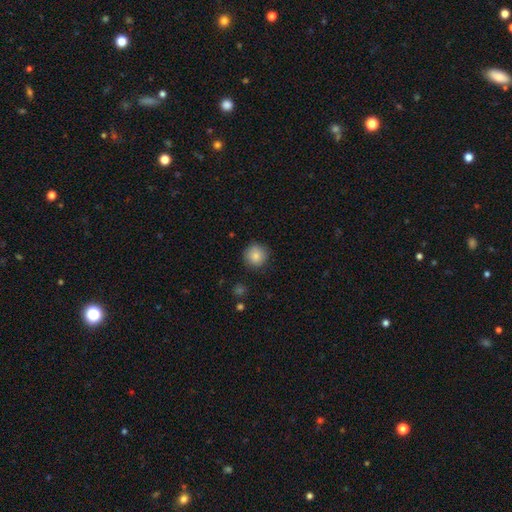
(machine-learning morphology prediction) smooth_or_featured: smooth (p=0.85) [alt: star or artifact p=0.09]
how_rounded: round (p=0.93) [alt: in between p=0.06]
merging: none (p=0.86) [alt: minor disturbance p=0.10]